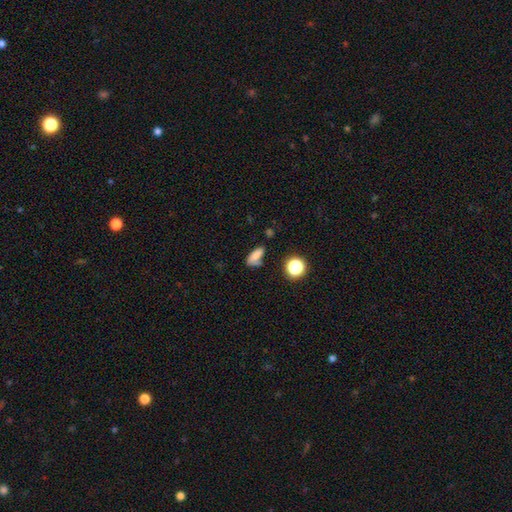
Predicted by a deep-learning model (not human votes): A smooth galaxy with no disk features (71%) that is in between round and cigar-shaped (70%).

Vote fractions:
- Smooth or featured? smooth: 71% / featured or disk: 15% / star or artifact: 14%
- How rounded? in between: 70% / cigar-shaped: 20% / round: 10%
- Merging? none: 48% / minor disturbance: 28% / major disturbance: 14% / merger: 10%